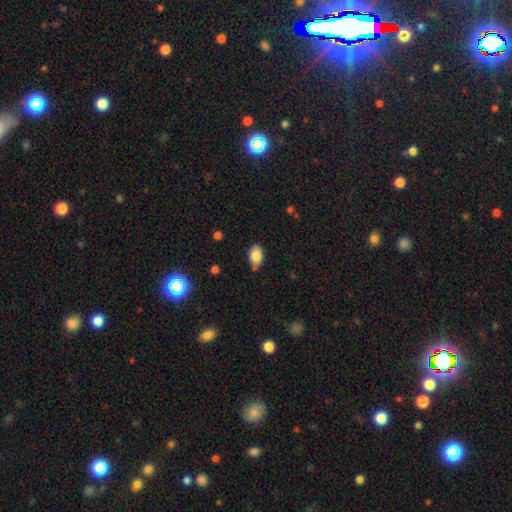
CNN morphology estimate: smooth-or-featured: smooth: 83% | star or artifact: 9% | featured or disk: 8%
  how-rounded: in between: 88% | round: 10% | cigar-shaped: 1%
  merging: none: 74% | minor disturbance: 19% | merger: 4% | major disturbance: 3%